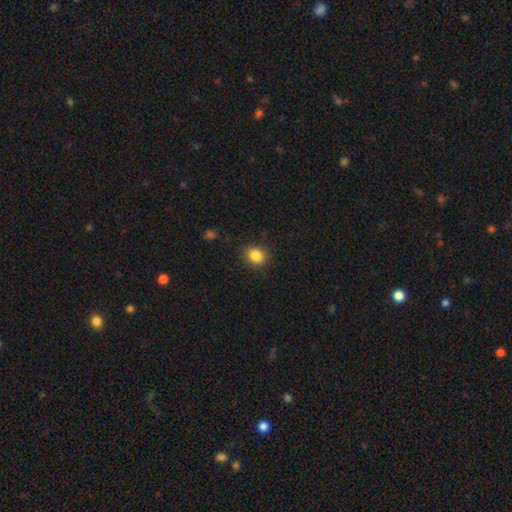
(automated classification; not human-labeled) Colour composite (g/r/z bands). It shows a smooth galaxy with no disk features (85%) that is round (72%). Merging: none (88%).